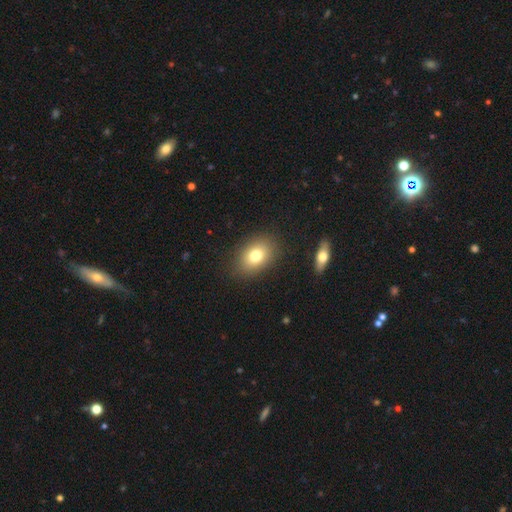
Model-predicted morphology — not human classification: A smooth galaxy with no disk features (76%) that is in between round and cigar-shaped (75%).

Vote fractions:
- Smooth or featured? smooth: 76% / featured or disk: 14% / star or artifact: 11%
- How rounded? in between: 75% / round: 24% / cigar-shaped: 1%
- Merging? none: 86% / minor disturbance: 9% / major disturbance: 3% / merger: 2%